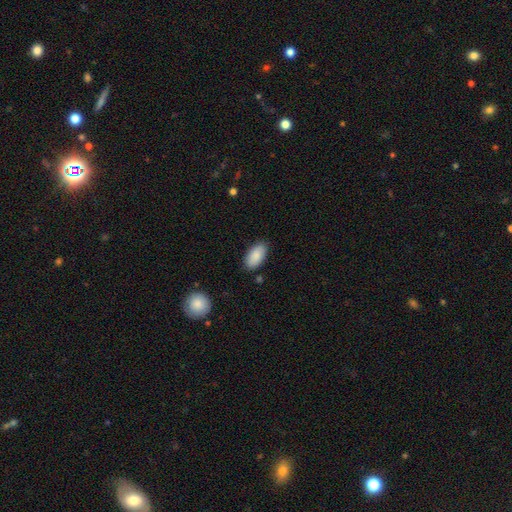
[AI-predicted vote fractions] A smooth galaxy with no disk features (88%) that is in between round and cigar-shaped (94%).

Vote fractions:
- Smooth or featured? smooth: 88% / star or artifact: 6% / featured or disk: 6%
- How rounded? in between: 94% / cigar-shaped: 4% / round: 2%
- Merging? none: 84% / minor disturbance: 12% / major disturbance: 2% / merger: 2%